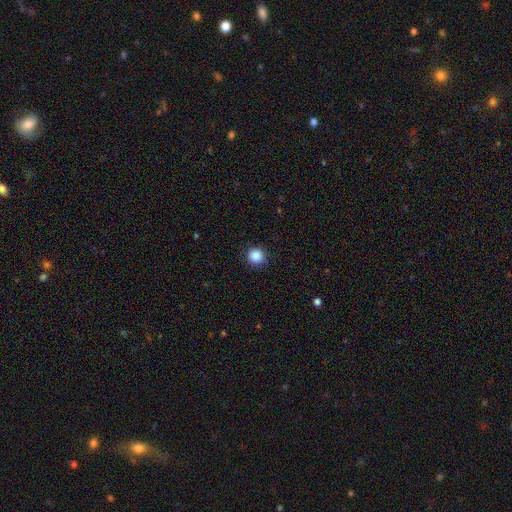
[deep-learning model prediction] Q: Smooth or featured?
A: smooth (88%); runner-up: star or artifact (10%)
Q: How rounded?
A: round (95%); runner-up: in between (4%)
Q: Merging?
A: none (91%); runner-up: minor disturbance (6%)